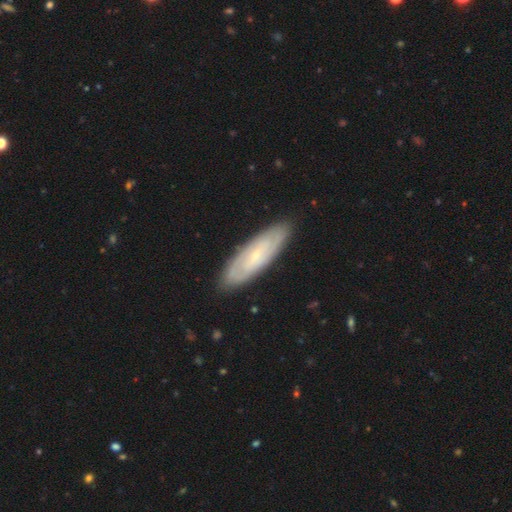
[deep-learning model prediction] This appears to be a featured or disk galaxy (62%). Merging: none (86%).